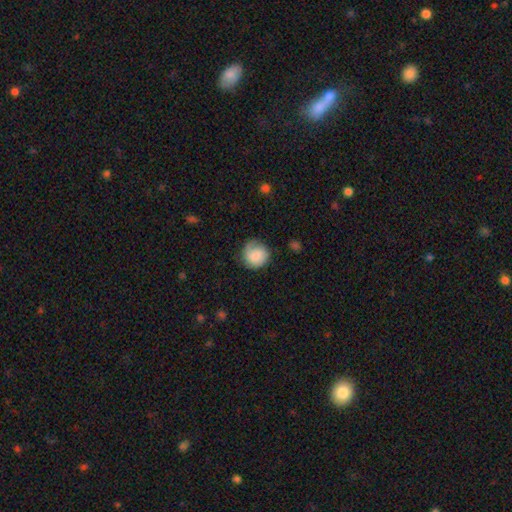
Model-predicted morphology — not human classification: type=smooth (74%); roundness=round (90%); merging=none (70%).